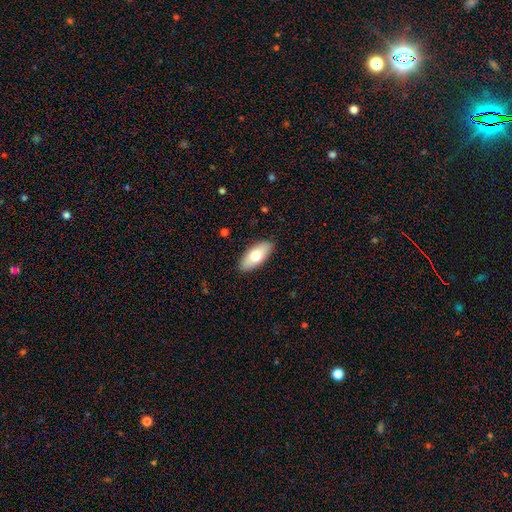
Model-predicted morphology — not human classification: Smooth or featured? Predicted: smooth (p=0.72). How rounded? Predicted: in between (p=0.87). Merging? Predicted: none (p=0.88).